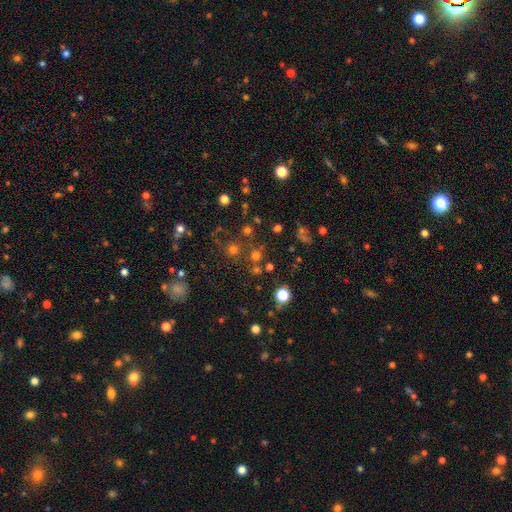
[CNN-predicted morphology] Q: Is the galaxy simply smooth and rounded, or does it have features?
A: smooth — 61%.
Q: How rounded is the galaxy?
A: round — 92%.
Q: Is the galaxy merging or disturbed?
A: none — 75%.